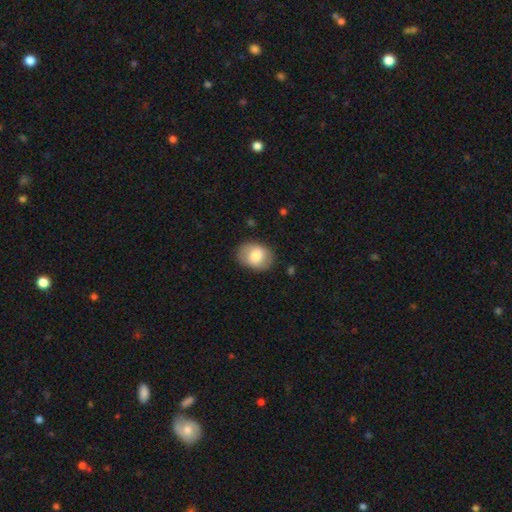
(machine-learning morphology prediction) A smooth galaxy with no disk features (72%) that is in between round and cigar-shaped (68%). Merging: none (83%).